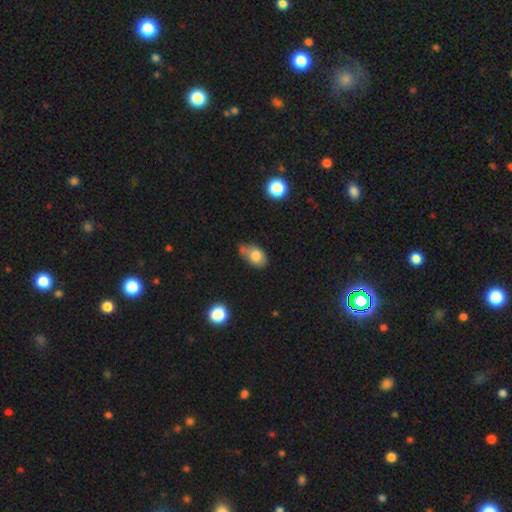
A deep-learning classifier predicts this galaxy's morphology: Smooth or featured? smooth (77%)
How rounded? in between (84%)
Merging? minor disturbance (39%)